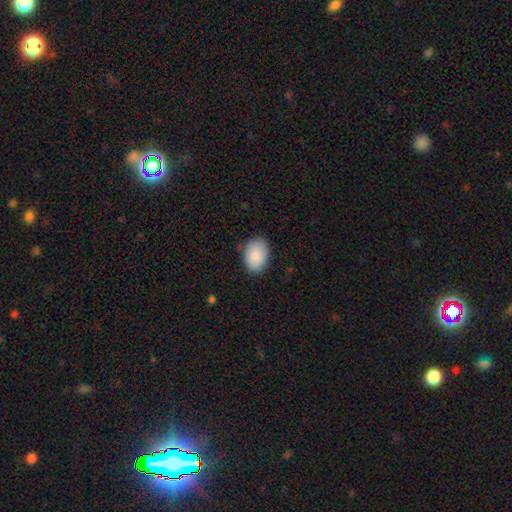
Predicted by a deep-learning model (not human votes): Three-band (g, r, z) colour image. It shows a smooth galaxy with no disk features (89%) that is in between round and cigar-shaped (82%). Merging: none (83%).